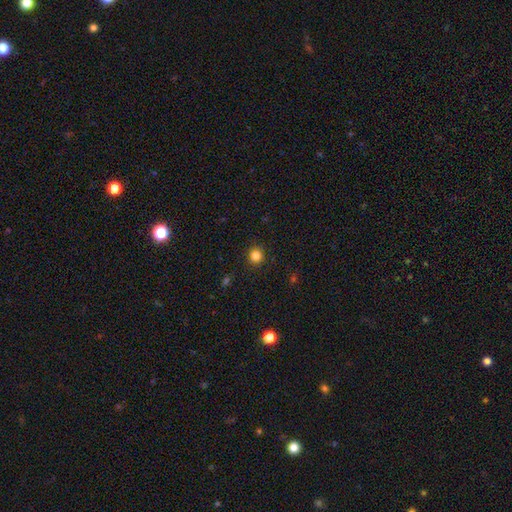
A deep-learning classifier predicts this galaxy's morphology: Q: Smooth or featured?
A: smooth (83%); runner-up: star or artifact (13%)
Q: How rounded?
A: round (92%); runner-up: in between (7%)
Q: Merging?
A: none (92%); runner-up: minor disturbance (6%)